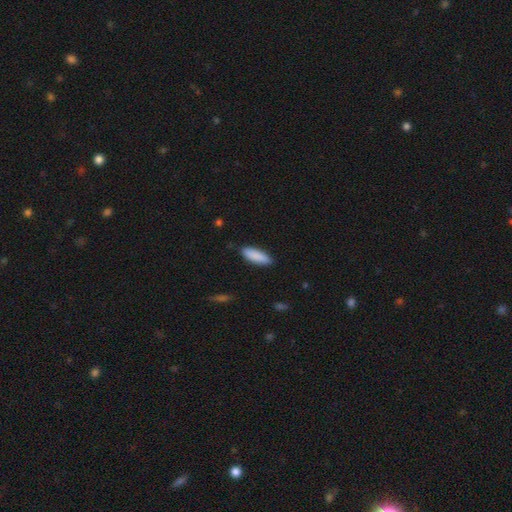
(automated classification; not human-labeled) Overall: smooth (89%). How rounded: in between (58%; cigar-shaped 41%). Merging: none (87%).